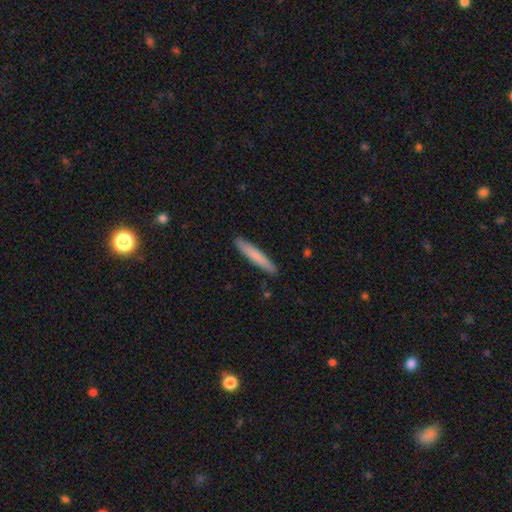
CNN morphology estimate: Q: Smooth or featured?
A: smooth (76%); runner-up: featured or disk (18%)
Q: How rounded?
A: cigar-shaped (94%); runner-up: in between (5%)
Q: Merging?
A: none (90%); runner-up: minor disturbance (8%)